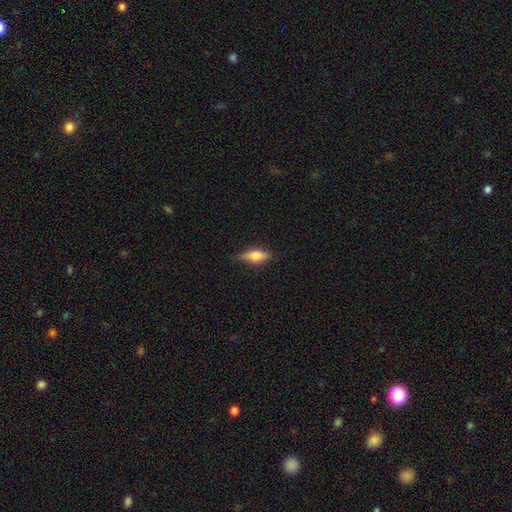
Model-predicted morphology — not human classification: Q: Smooth or featured?
A: smooth (59%); runner-up: featured or disk (33%)
Q: How rounded?
A: in between (68%); runner-up: cigar-shaped (28%)
Q: Merging?
A: none (76%); runner-up: minor disturbance (19%)